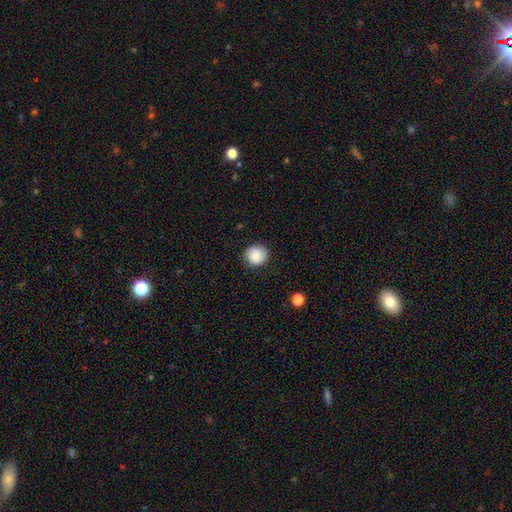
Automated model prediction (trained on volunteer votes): Smooth or featured?
  - smooth: 86% *
  - star or artifact: 8%
  - featured or disk: 6%
How rounded?
  - round: 89% *
  - in between: 10%
  - cigar-shaped: 1%
Merging?
  - none: 86% *
  - minor disturbance: 10%
  - major disturbance: 2%
  - merger: 1%